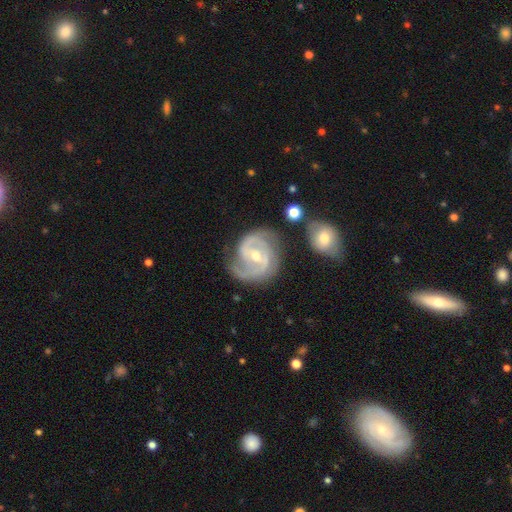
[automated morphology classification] Smooth or featured? featured or disk (90%)
Edge-on disk? no (98%)
Bar? weak (45%)
Spiral arms? yes (97%)
Spiral winding? medium (47%)
Spiral arm count? 2 (79%)
Bulge size? moderate (52%)
Merging? none (69%)